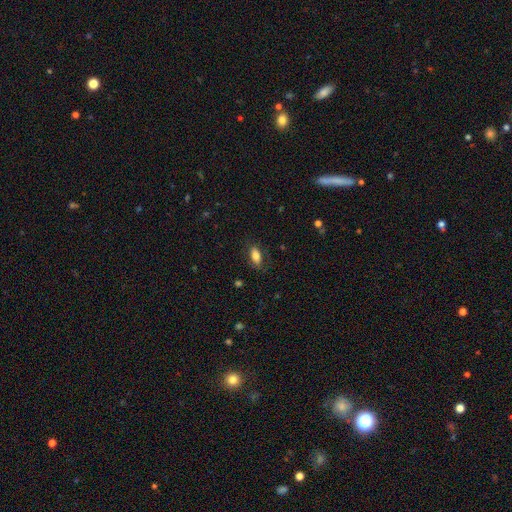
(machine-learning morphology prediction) Smooth or featured?
  - smooth: 76% *
  - featured or disk: 16%
  - star or artifact: 8%
How rounded?
  - in between: 86% *
  - cigar-shaped: 10%
  - round: 4%
Merging?
  - none: 77% *
  - minor disturbance: 16%
  - major disturbance: 6%
  - merger: 1%